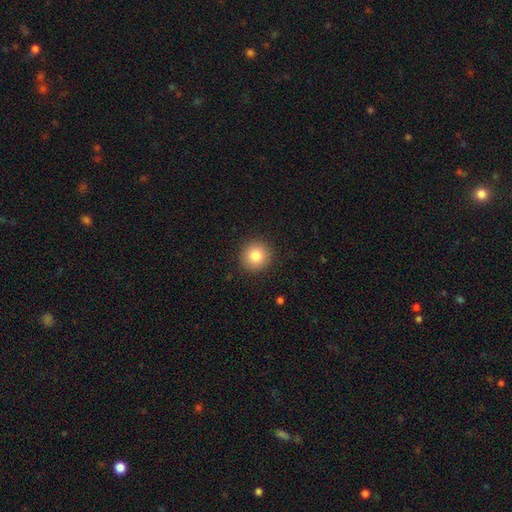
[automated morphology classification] Q: Smooth or featured?
A: smooth (82%); runner-up: star or artifact (10%)
Q: How rounded?
A: round (94%); runner-up: in between (5%)
Q: Merging?
A: none (91%); runner-up: minor disturbance (6%)